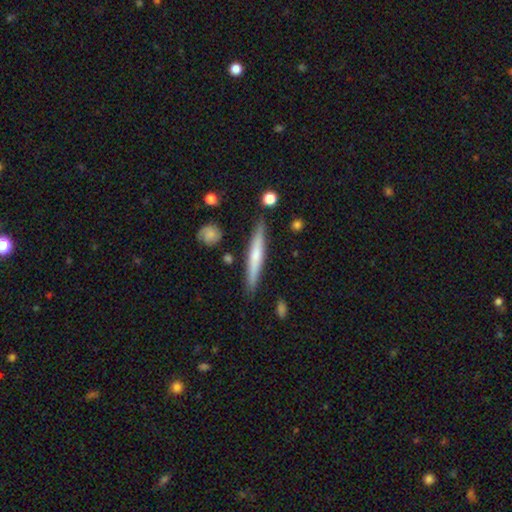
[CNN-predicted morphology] smooth-or-featured: smooth: 51% | featured or disk: 43% | star or artifact: 6%
  how-rounded: cigar-shaped: 93% | in between: 5% | round: 2%
  merging: none: 86% | minor disturbance: 10% | merger: 2% | major disturbance: 2%